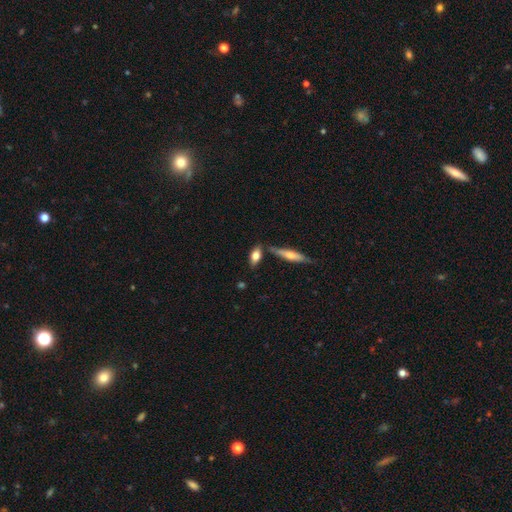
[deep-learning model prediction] Smooth or featured? Predicted: smooth (p=0.72). How rounded? Predicted: in between (p=0.74). Merging? Predicted: none (p=0.67).